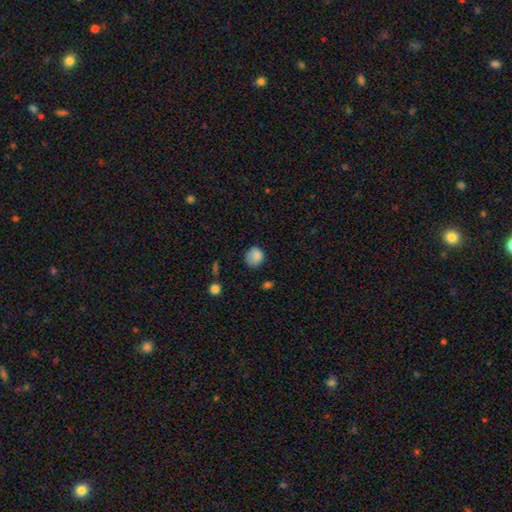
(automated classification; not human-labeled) Smooth or featured? smooth (85%)
How rounded? round (77%)
Merging? none (68%)